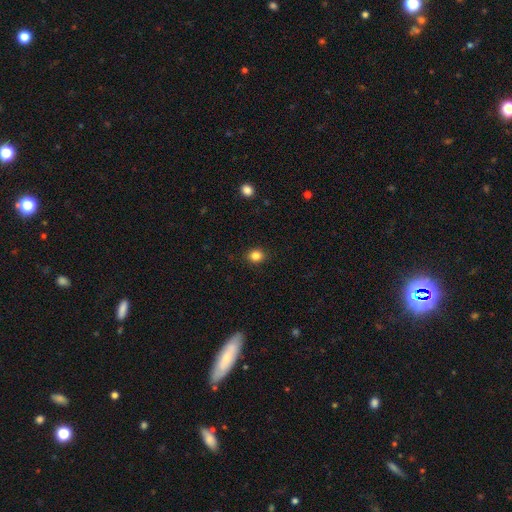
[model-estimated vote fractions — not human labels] Morphology: type=smooth (85%); roundness=round (69%); merging=none (89%).